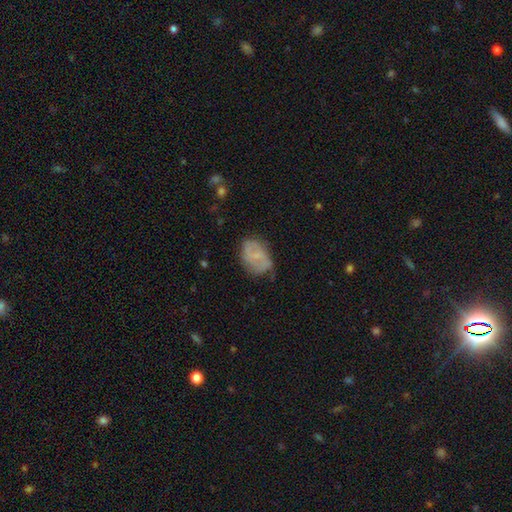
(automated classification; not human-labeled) Morphology: type=smooth (49%); merging=none (63%).